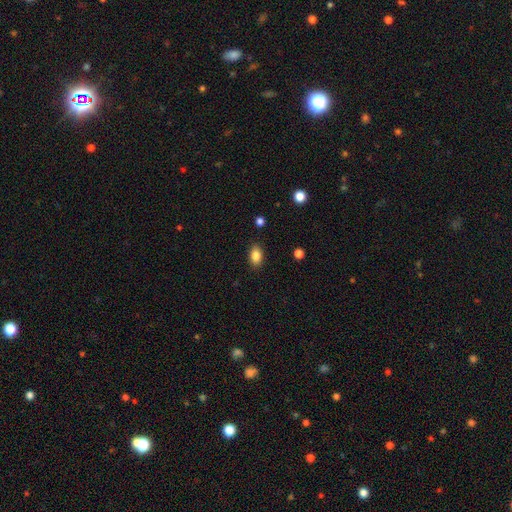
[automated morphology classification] Smooth or featured?
  - smooth: 86% *
  - star or artifact: 9%
  - featured or disk: 6%
How rounded?
  - in between: 85% *
  - round: 13%
  - cigar-shaped: 2%
Merging?
  - none: 87% *
  - minor disturbance: 9%
  - major disturbance: 2%
  - merger: 1%